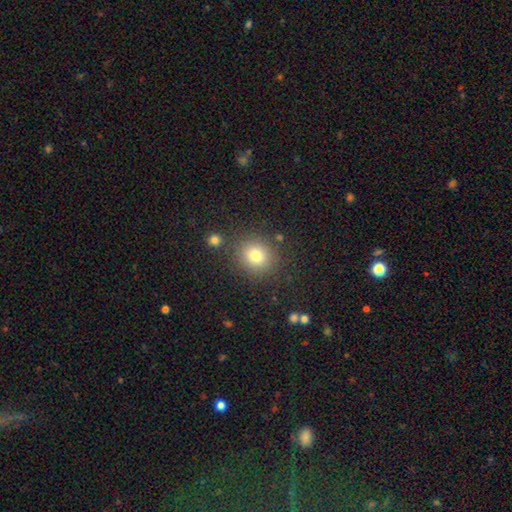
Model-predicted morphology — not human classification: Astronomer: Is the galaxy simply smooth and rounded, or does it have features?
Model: smooth — 79%.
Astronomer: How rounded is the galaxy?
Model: round — 86%.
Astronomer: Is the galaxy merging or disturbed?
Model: none — 85%.